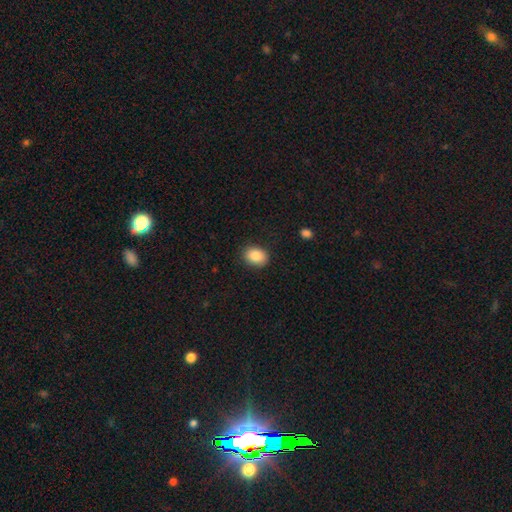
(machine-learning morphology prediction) Smooth or featured? Predicted: smooth (p=0.88). How rounded? Predicted: in between (p=0.70). Merging? Predicted: none (p=0.86).